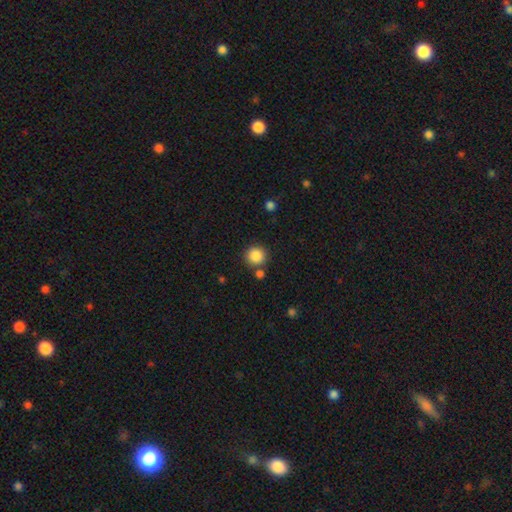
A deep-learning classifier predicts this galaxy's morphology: This appears to be a smooth galaxy with no disk features (87%) that is round (93%). Merging: none (79%).